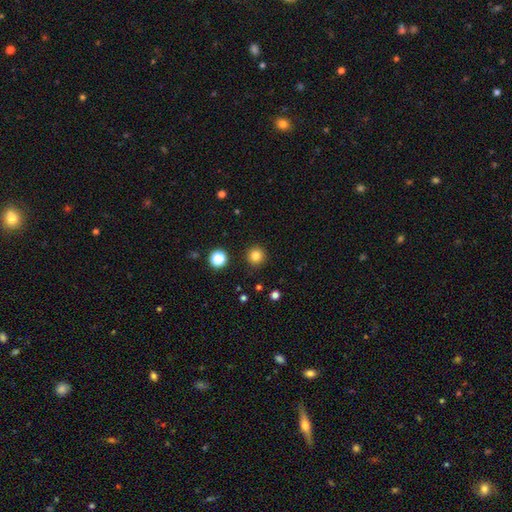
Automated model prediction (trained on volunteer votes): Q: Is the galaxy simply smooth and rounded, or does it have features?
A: smooth — 82%.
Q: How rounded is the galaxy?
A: round — 95%.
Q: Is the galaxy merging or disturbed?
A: none — 91%.